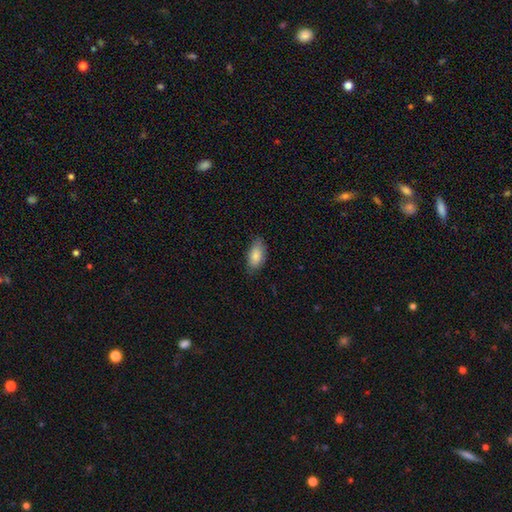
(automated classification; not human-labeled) Smooth or featured? Predicted: smooth (p=0.85). How rounded? Predicted: in between (p=0.91). Merging? Predicted: none (p=0.78).